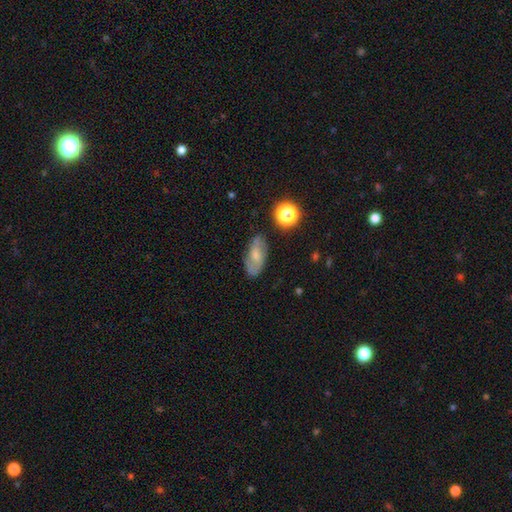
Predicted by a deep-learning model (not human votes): Morphology: type=smooth (51%); roundness=in between (86%); merging=none (72%).